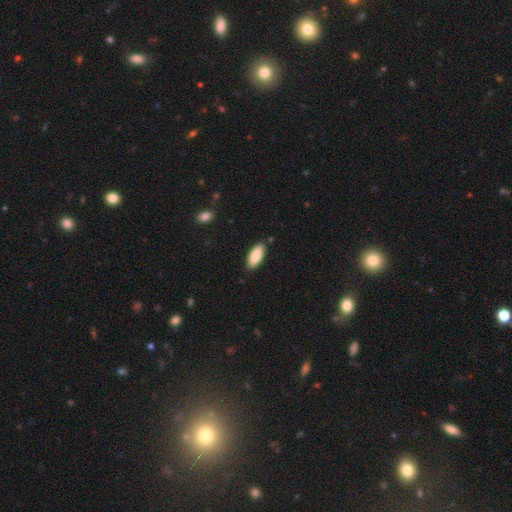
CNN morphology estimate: A smooth galaxy with no disk features (88%) that is in between round and cigar-shaped (83%).

Vote fractions:
- Smooth or featured? smooth: 88% / featured or disk: 6% / star or artifact: 6%
- How rounded? in between: 83% / cigar-shaped: 15% / round: 2%
- Merging? none: 87% / minor disturbance: 10% / major disturbance: 2% / merger: 2%